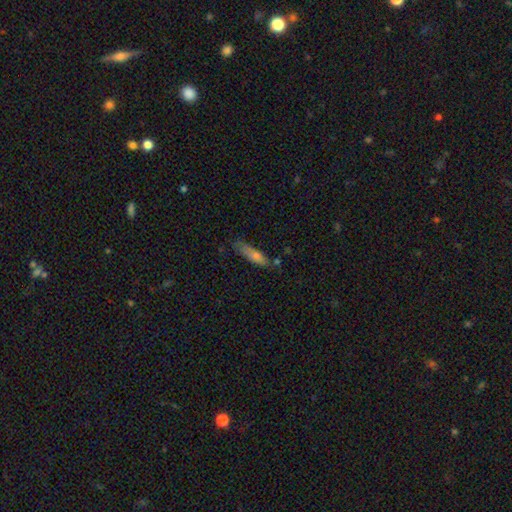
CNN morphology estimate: smooth-or-featured: smooth: 70% | featured or disk: 22% | star or artifact: 8%
  how-rounded: cigar-shaped: 72% | in between: 26% | round: 2%
  merging: none: 61% | minor disturbance: 26% | major disturbance: 7% | merger: 6%